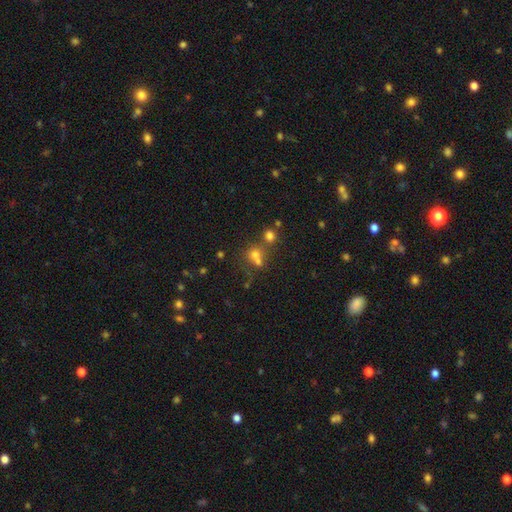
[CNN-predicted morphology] smooth 55%, star or artifact 31%, featured or disk 15%. Down the decision tree: how rounded — round (72%); merging — merger (44%).